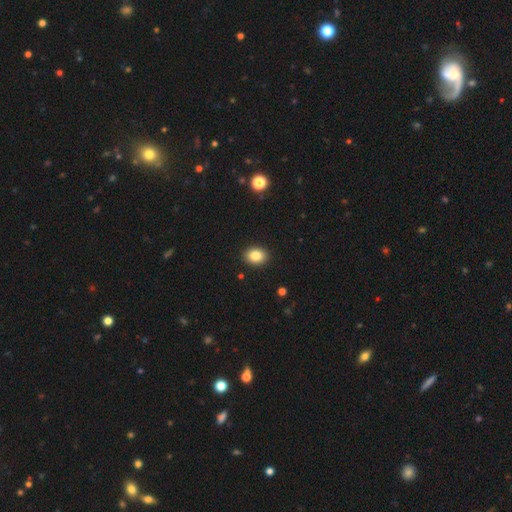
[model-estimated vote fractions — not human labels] Morphology: type=smooth (84%); roundness=in between (62%); merging=none (91%).